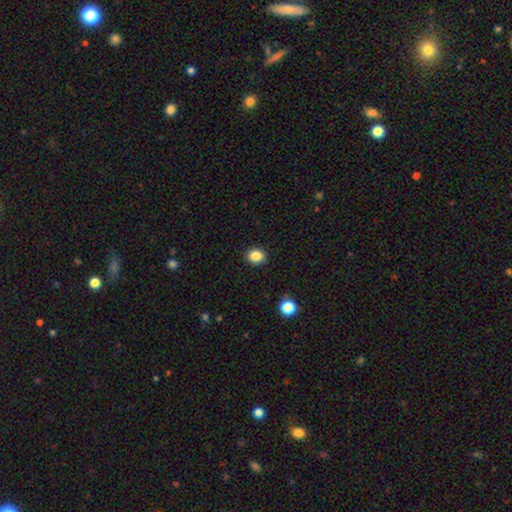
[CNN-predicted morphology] smooth_or_featured: smooth (p=0.86) [alt: star or artifact p=0.10]
how_rounded: round (p=0.60) [alt: in between p=0.39]
merging: none (p=0.91) [alt: minor disturbance p=0.06]